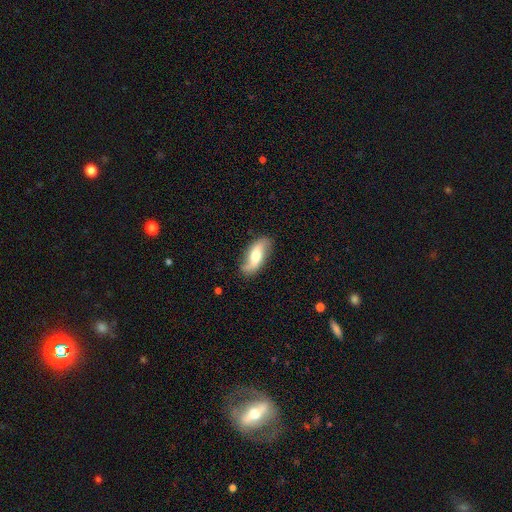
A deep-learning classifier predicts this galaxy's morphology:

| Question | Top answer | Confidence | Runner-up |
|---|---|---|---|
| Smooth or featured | featured or disk | 63% | smooth (31%) |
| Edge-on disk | no | 88% | yes (12%) |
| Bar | no | 44% | weak (37%) |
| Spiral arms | yes | 87% | no (13%) |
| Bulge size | moderate | 65% | large (16%) |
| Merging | none | 79% | minor disturbance (15%) |